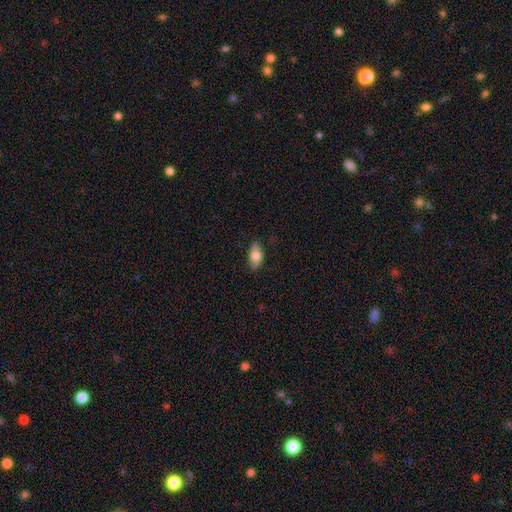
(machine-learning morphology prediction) Smooth or featured: smooth — 68% (featured or disk — 25%)
How rounded: in between — 89% (cigar-shaped — 6%)
Merging: none — 81% (minor disturbance — 15%)